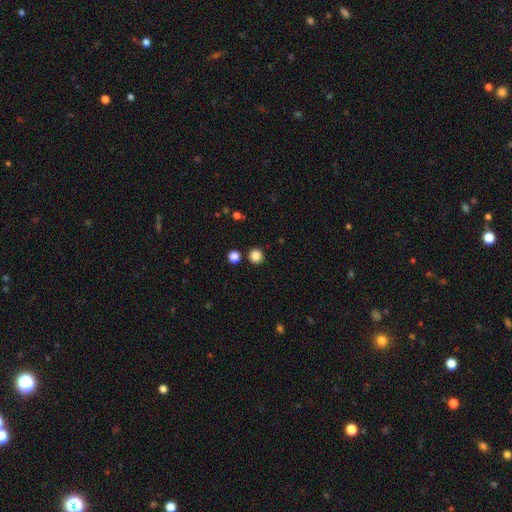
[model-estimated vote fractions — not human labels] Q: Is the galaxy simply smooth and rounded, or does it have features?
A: smooth — 84%.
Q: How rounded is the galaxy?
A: round — 93%.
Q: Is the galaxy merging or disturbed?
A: none — 89%.